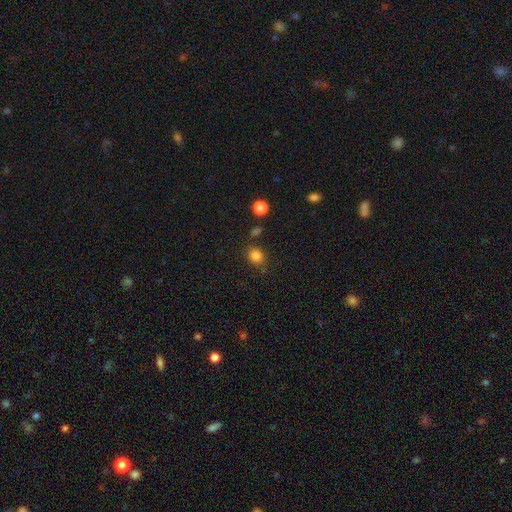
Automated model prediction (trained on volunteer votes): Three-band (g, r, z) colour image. It shows a smooth galaxy with no disk features (83%) that is round (75%). Merging: none (76%).